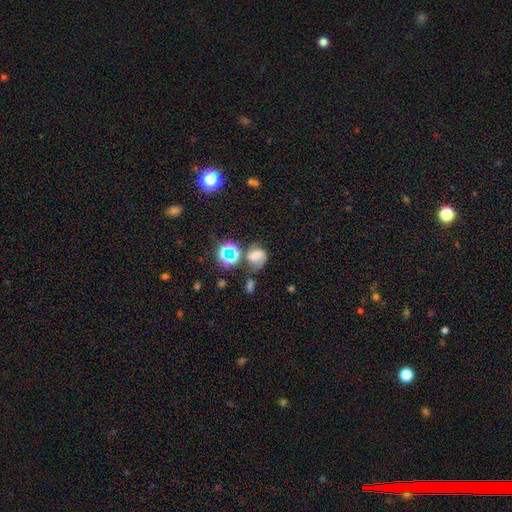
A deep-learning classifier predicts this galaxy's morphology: Smooth or featured?
  - smooth: 42% *
  - featured or disk: 34%
  - star or artifact: 24%
Merging?
  - none: 47% *
  - minor disturbance: 23%
  - major disturbance: 15%
  - merger: 15%